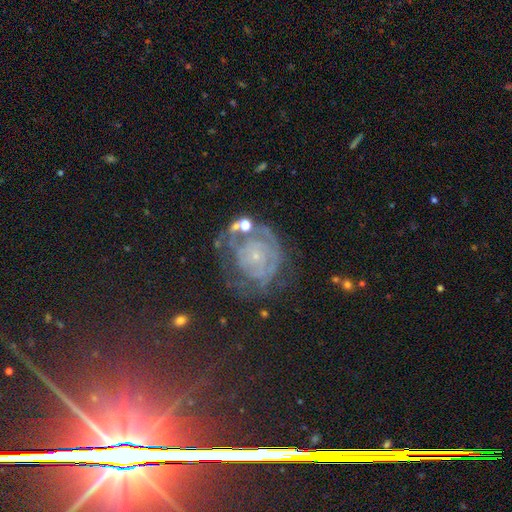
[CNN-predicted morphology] Smooth or featured? Predicted: featured or disk (p=0.66). Edge-on disk? Predicted: no (p=0.97). Bar? Predicted: no (p=0.80). Spiral arms? Predicted: yes (p=0.82). Spiral winding? Predicted: tight (p=0.75). Spiral arm count? Predicted: can't tell (p=0.48). Bulge size? Predicted: small (p=0.82). Merging? Predicted: none (p=0.58).